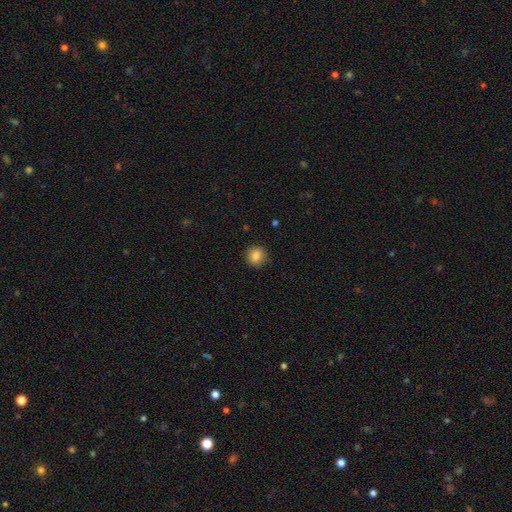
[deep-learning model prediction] Smooth or featured?
  - smooth: 84% *
  - star or artifact: 10%
  - featured or disk: 6%
How rounded?
  - round: 87% *
  - in between: 12%
  - cigar-shaped: 1%
Merging?
  - none: 89% *
  - minor disturbance: 8%
  - major disturbance: 2%
  - merger: 1%